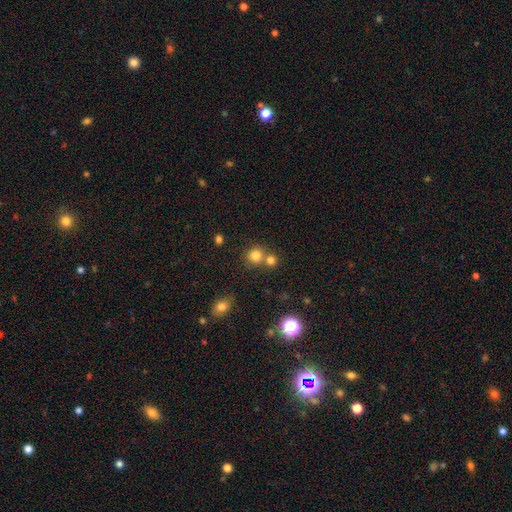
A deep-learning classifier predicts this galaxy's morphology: This is likely a smooth galaxy (79%). How rounded: clearly round (85%). Merging: possibly none (58%).